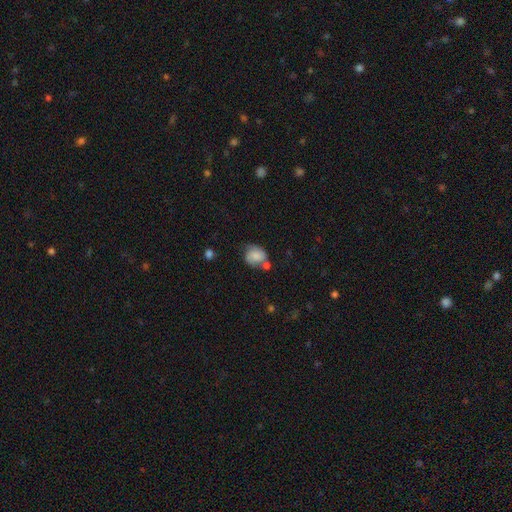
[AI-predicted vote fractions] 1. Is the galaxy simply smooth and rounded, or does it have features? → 62% smooth, 29% featured or disk, 9% star or artifact.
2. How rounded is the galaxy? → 57% round, 42% in between, 1% cigar-shaped.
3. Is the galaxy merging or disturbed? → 43% none, 26% minor disturbance, 21% merger, 10% major disturbance.